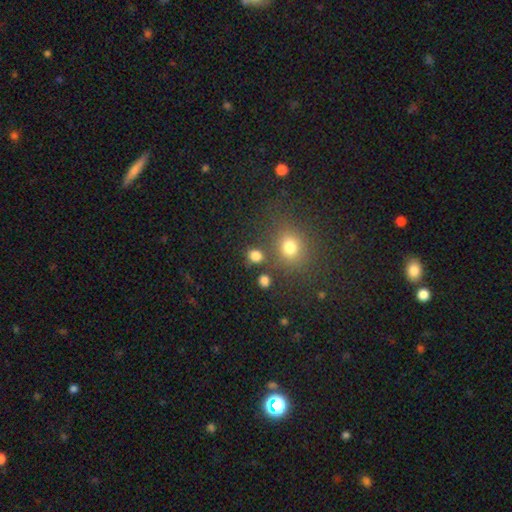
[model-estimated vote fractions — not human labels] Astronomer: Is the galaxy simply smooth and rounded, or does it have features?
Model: smooth — 79%.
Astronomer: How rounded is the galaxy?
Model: round — 77%.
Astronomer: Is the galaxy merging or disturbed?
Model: none — 74%.